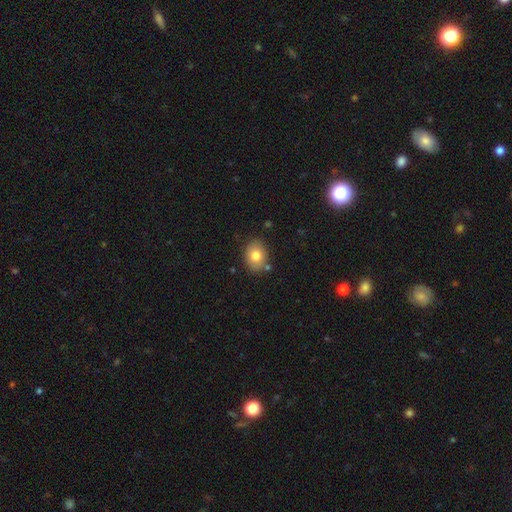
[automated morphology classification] Smooth or featured? Predicted: smooth (p=0.79). How rounded? Predicted: in between (p=0.60). Merging? Predicted: none (p=0.82).